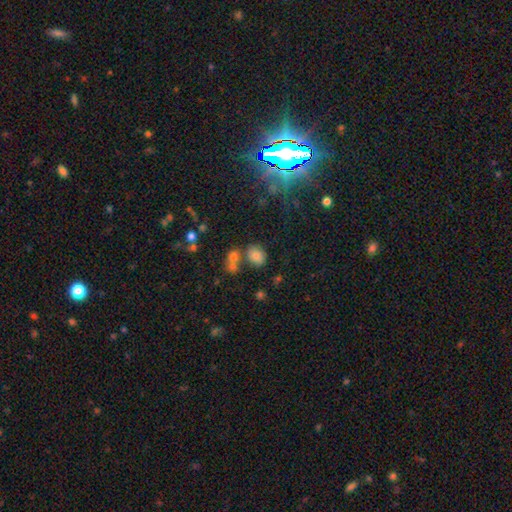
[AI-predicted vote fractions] This is likely a smooth galaxy (73%). How rounded: possibly in between (55%). Merging: likely none (64%).